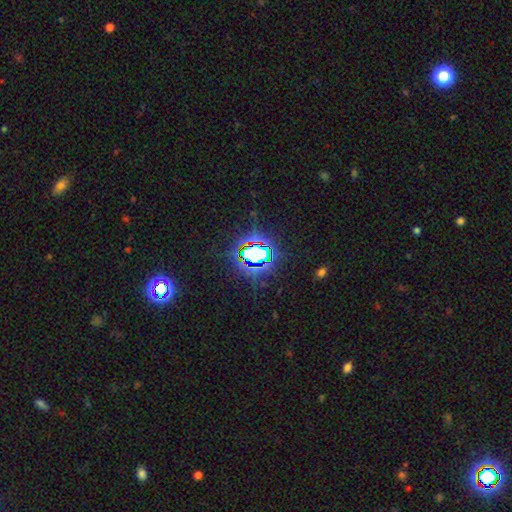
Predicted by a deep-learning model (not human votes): This appears to be a star or artifact, not a galaxy (74%).